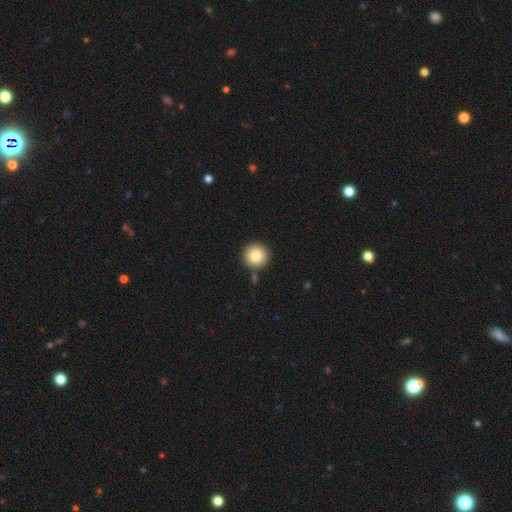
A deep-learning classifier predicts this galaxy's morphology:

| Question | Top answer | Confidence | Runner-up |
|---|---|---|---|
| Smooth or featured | smooth | 82% | star or artifact (9%) |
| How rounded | round | 96% | in between (3%) |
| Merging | none | 87% | minor disturbance (7%) |